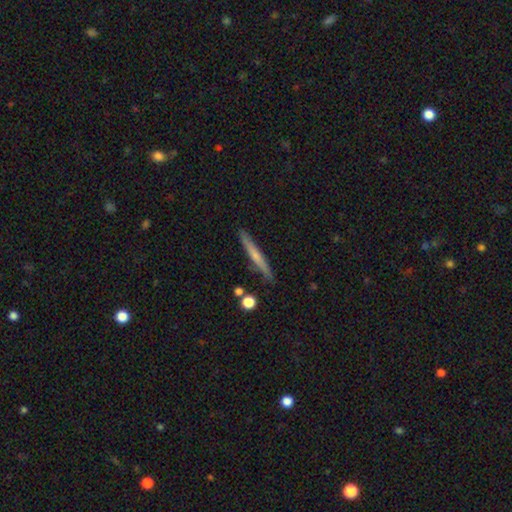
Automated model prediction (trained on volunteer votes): Morphology: type=smooth (52%); roundness=cigar-shaped (95%); merging=none (86%).